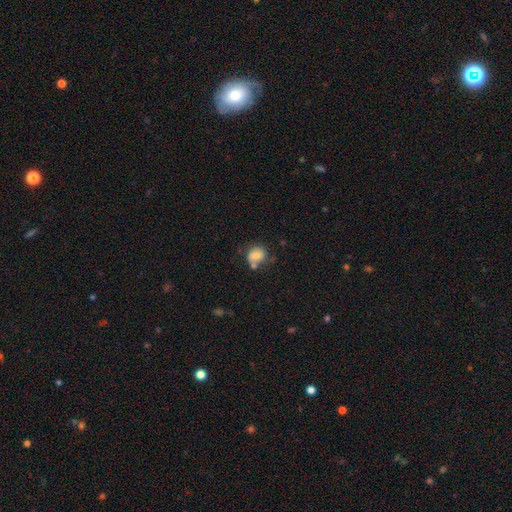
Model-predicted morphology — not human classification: This appears to be a smooth galaxy with no disk features (58%) that is round (65%). Merging: none (46%).